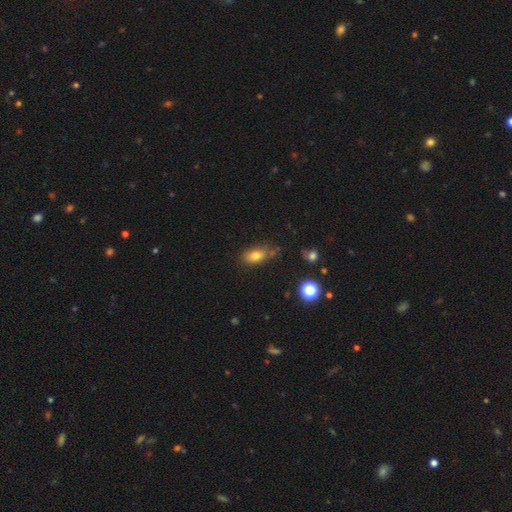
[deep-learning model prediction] This is likely a smooth galaxy (78%). How rounded: clearly in between (84%). Merging: likely none (64%).